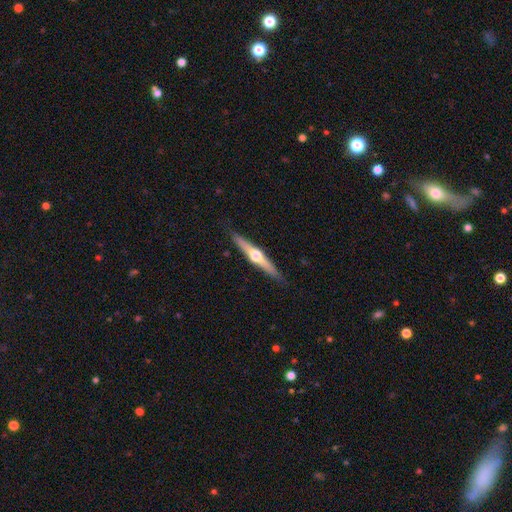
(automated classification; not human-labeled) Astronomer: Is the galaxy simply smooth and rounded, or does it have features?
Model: featured or disk — 72%.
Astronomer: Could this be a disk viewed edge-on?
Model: yes — 98%.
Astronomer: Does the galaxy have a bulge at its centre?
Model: rounded — 96%.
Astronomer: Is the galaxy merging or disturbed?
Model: none — 89%.